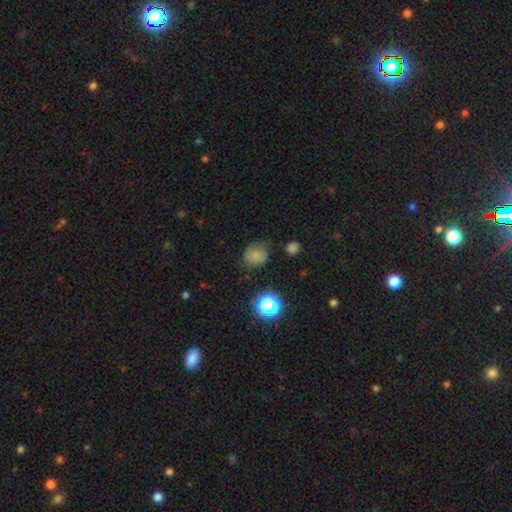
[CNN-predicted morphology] Smooth or featured? Predicted: smooth (p=0.72). How rounded? Predicted: round (p=0.76). Merging? Predicted: none (p=0.64).